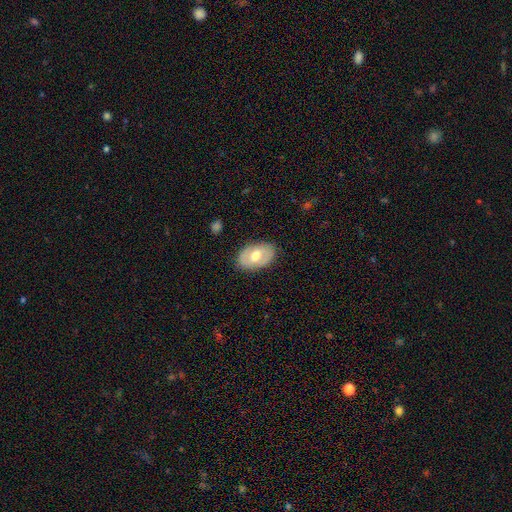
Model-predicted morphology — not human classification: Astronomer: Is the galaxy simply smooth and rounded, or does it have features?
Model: smooth — 51% (runner-up: featured or disk, 44%).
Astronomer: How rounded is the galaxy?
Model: in between — 87%.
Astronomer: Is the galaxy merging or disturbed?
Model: none — 83%.